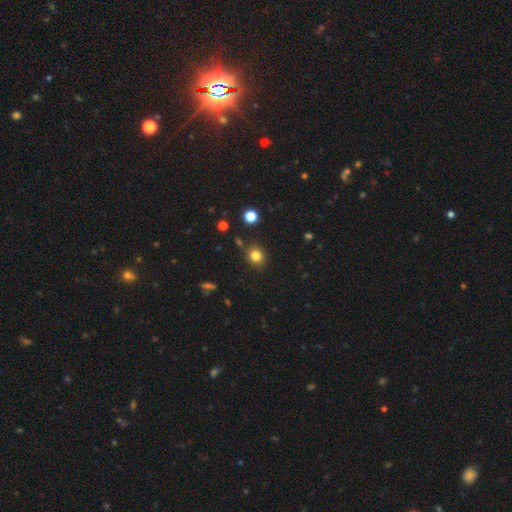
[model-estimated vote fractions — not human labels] smooth 81%, star or artifact 13%, featured or disk 6%. Down the decision tree: how rounded — round (74%); merging — none (83%).